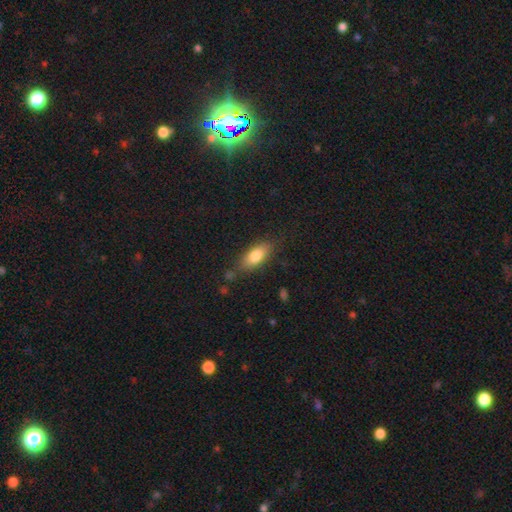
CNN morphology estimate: A smooth galaxy with no disk features (79%) that is in between round and cigar-shaped (79%).

Vote fractions:
- Smooth or featured? smooth: 79% / featured or disk: 14% / star or artifact: 7%
- How rounded? in between: 79% / cigar-shaped: 18% / round: 3%
- Merging? none: 77% / minor disturbance: 16% / major disturbance: 4% / merger: 3%